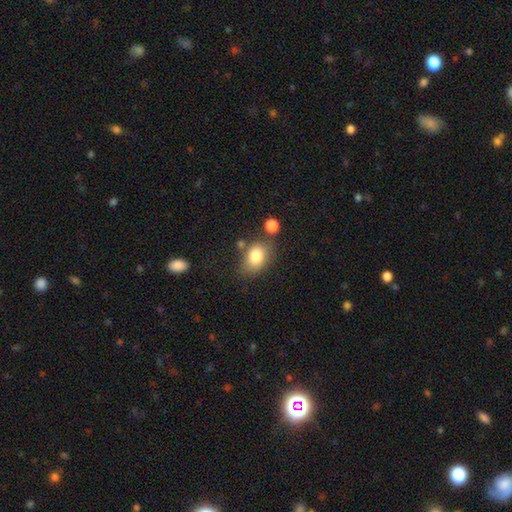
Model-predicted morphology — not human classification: smooth_or_featured: smooth (p=0.81) [alt: featured or disk p=0.10]
how_rounded: in between (p=0.73) [alt: round p=0.25]
merging: none (p=0.64) [alt: minor disturbance p=0.19]